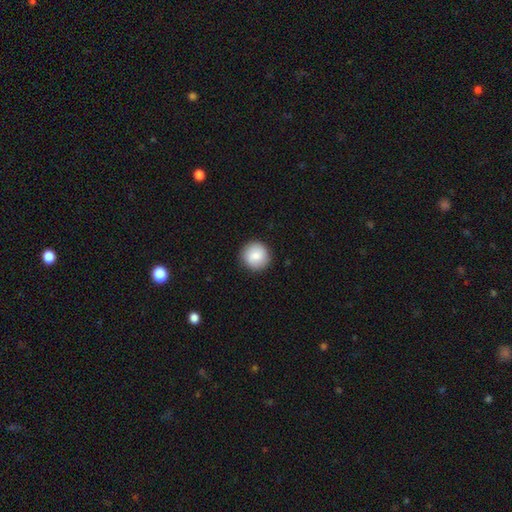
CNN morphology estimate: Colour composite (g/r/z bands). It shows a smooth galaxy with no disk features (85%) that is round (95%). Merging: none (91%).